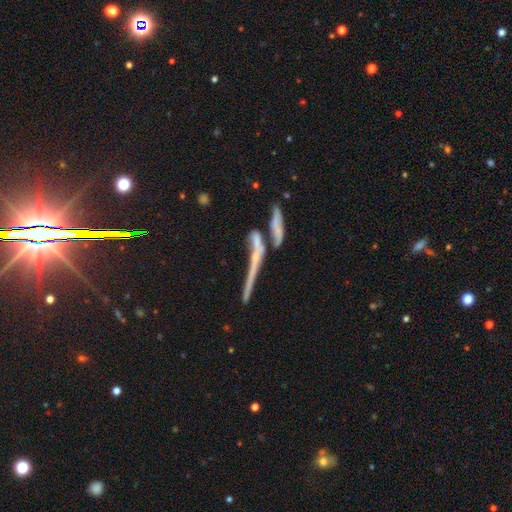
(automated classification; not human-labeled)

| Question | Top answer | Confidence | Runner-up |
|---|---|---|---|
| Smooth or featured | featured or disk | 57% | smooth (26%) |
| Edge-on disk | yes | 84% | no (16%) |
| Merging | none | 43% | merger (40%) |